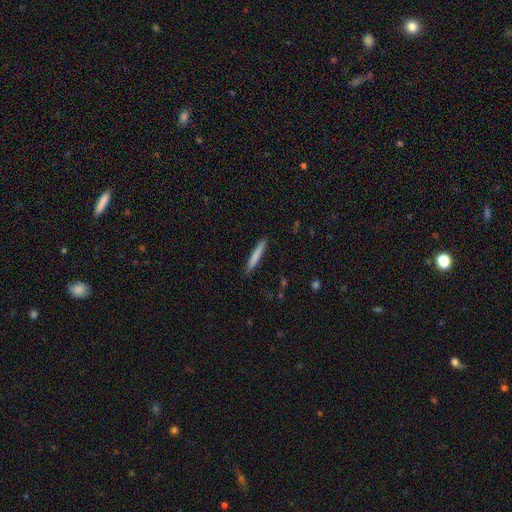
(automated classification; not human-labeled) Smooth or featured?
  - smooth: 77% *
  - featured or disk: 18%
  - star or artifact: 6%
How rounded?
  - cigar-shaped: 94% *
  - in between: 4%
  - round: 1%
Merging?
  - none: 88% *
  - minor disturbance: 9%
  - major disturbance: 2%
  - merger: 1%